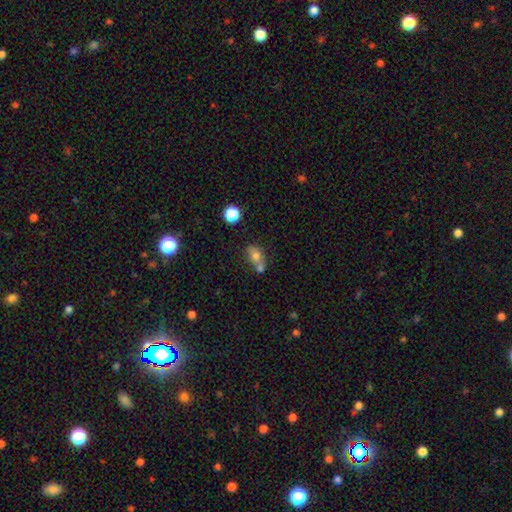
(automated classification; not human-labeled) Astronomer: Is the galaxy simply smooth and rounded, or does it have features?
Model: smooth — 71%.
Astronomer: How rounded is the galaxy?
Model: in between — 58% (runner-up: round, 39%).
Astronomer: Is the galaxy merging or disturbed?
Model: merger — 48% (runner-up: none, 35%).